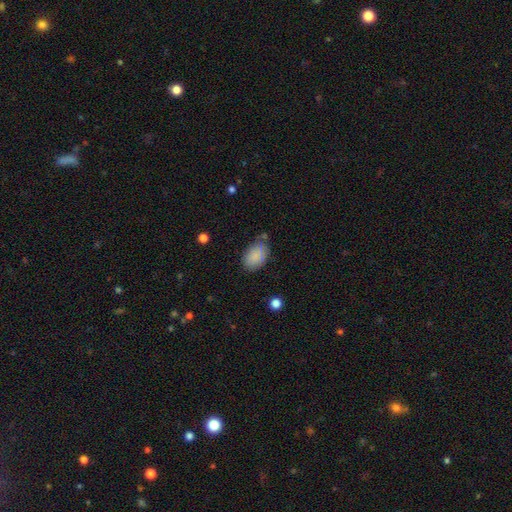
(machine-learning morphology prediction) A smooth galaxy with no disk features (84%) that is in between round and cigar-shaped (89%).

Vote fractions:
- Smooth or featured? smooth: 84% / featured or disk: 9% / star or artifact: 8%
- How rounded? in between: 89% / round: 10% / cigar-shaped: 1%
- Merging? none: 61% / minor disturbance: 27% / major disturbance: 7% / merger: 5%